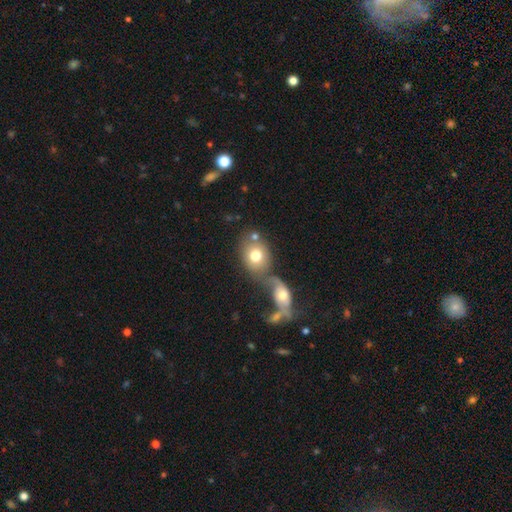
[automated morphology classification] smooth 72%, featured or disk 21%, star or artifact 8%. Down the decision tree: how rounded — in between (56%); merging — merger (50%).